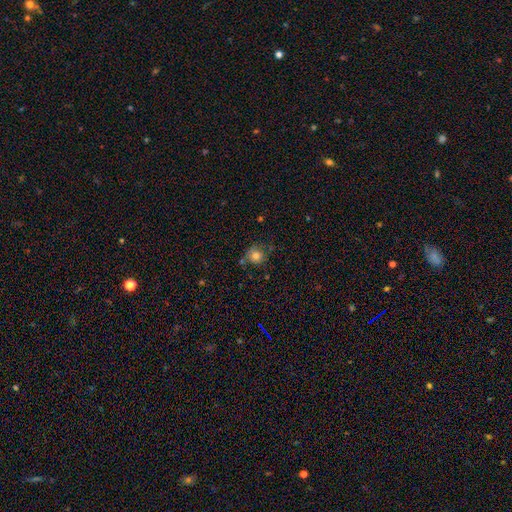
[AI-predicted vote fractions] This is likely a smooth galaxy (79%). How rounded: clearly round (88%). Merging: likely none (65%).